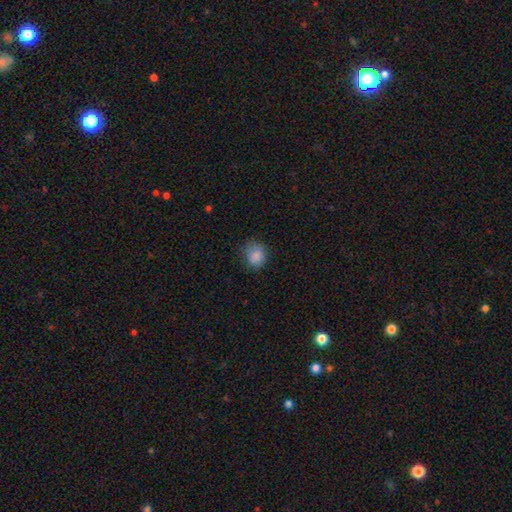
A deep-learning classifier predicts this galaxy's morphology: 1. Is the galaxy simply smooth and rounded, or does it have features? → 85% smooth, 9% star or artifact, 5% featured or disk.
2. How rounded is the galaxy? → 69% round, 30% in between, 1% cigar-shaped.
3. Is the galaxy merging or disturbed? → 71% none, 21% minor disturbance, 6% major disturbance, 1% merger.